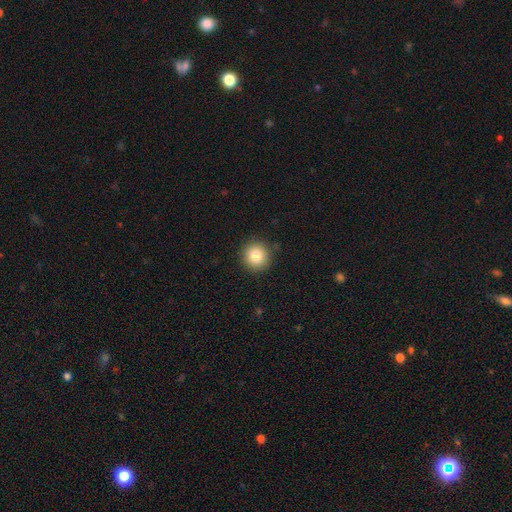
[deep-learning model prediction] Q: Smooth or featured?
A: smooth (81%); runner-up: star or artifact (10%)
Q: How rounded?
A: round (94%); runner-up: in between (5%)
Q: Merging?
A: none (90%); runner-up: minor disturbance (6%)